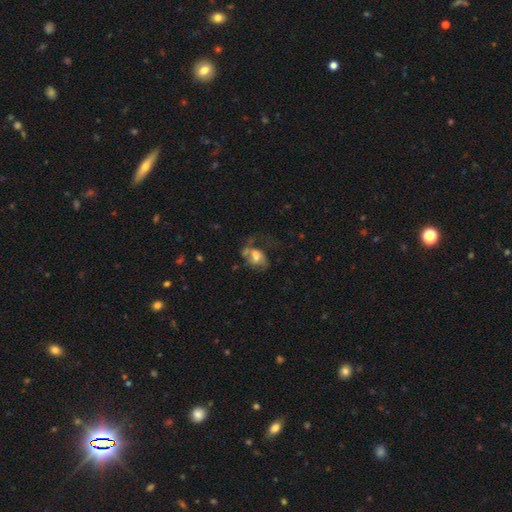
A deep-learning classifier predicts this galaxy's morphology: This appears to be a featured or disk galaxy (46%). Merging: major disturbance (42%).